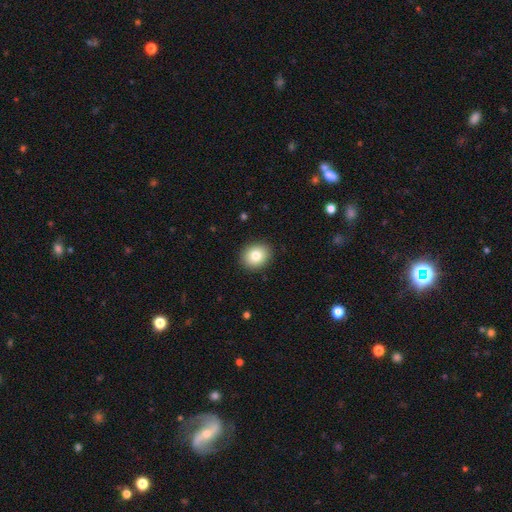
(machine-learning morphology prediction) This is clearly a smooth galaxy (81%). How rounded: likely round (67%). Merging: clearly none (90%).